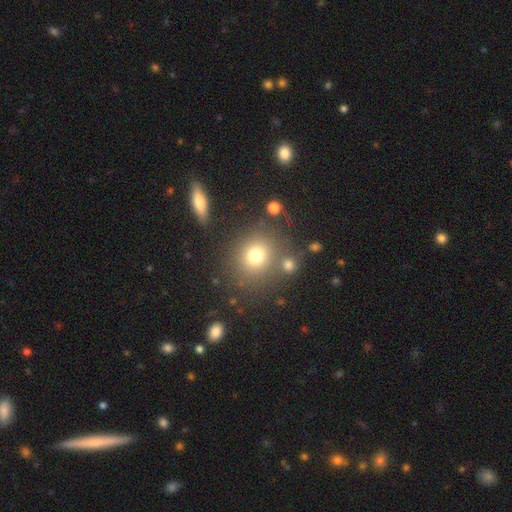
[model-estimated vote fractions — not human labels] The model was most divided on "smooth or featured": smooth: 75%, star or artifact: 15%, featured or disk: 10%. More confident: how rounded — round (82%); merging — none (74%).